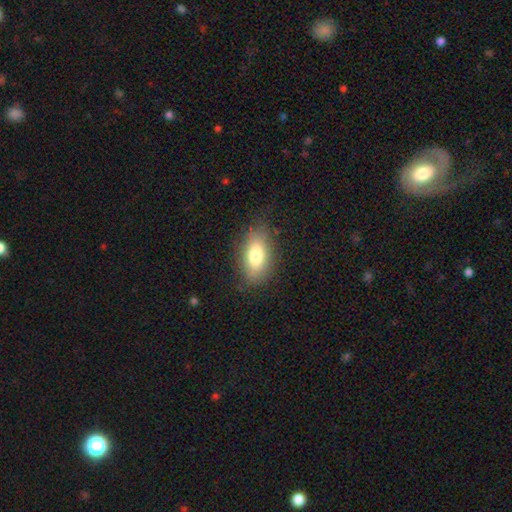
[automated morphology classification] This appears to be a smooth galaxy with no disk features (77%) that is in between round and cigar-shaped (86%). Merging: none (82%).